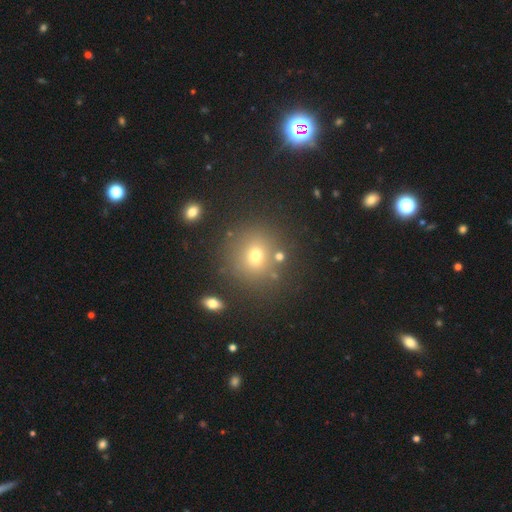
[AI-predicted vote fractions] The model was most divided on "smooth or featured": smooth: 67%, star or artifact: 21%, featured or disk: 12%. More confident: how rounded — round (88%); merging — none (81%).